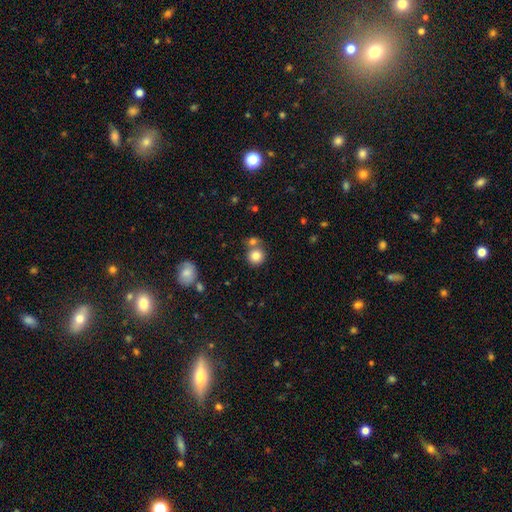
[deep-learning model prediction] This is clearly a smooth galaxy (82%). How rounded: clearly round (90%). Merging: likely none (62%).